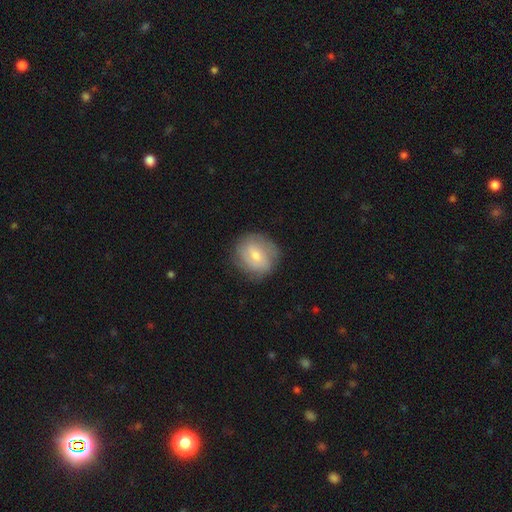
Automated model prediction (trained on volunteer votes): Smooth or featured? Predicted: smooth (p=0.52). How rounded? Predicted: round (p=0.76). Merging? Predicted: none (p=0.77).